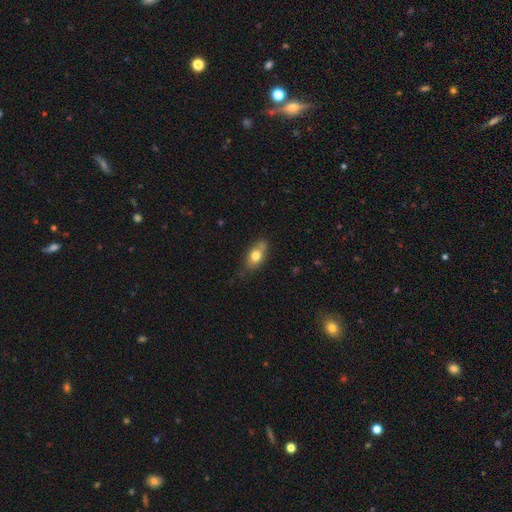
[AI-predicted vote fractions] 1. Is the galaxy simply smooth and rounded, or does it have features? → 74% smooth, 19% featured or disk, 7% star or artifact.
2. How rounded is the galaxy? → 84% in between, 8% cigar-shaped, 8% round.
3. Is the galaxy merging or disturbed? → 66% none, 25% minor disturbance, 5% major disturbance, 4% merger.